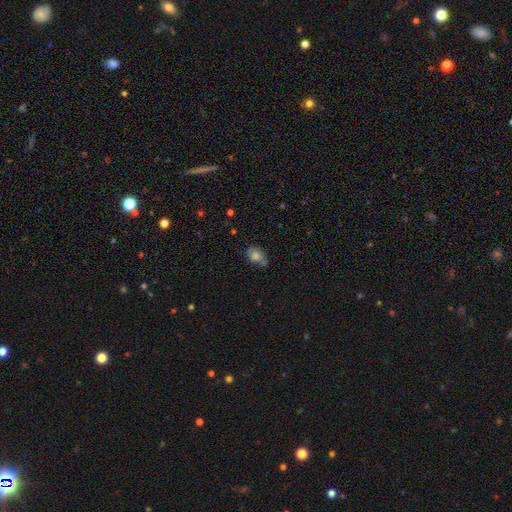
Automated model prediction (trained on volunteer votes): A smooth galaxy with no disk features (63%) that is in between round and cigar-shaped (72%). Merging: none (59%).